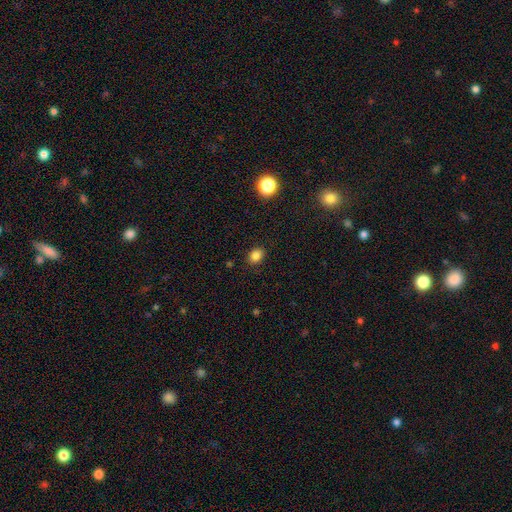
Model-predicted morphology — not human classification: A smooth galaxy with no disk features (83%) that is in between round and cigar-shaped (56%). Merging: none (88%).